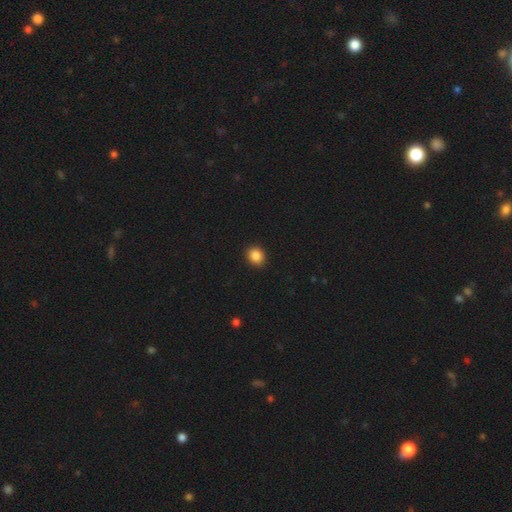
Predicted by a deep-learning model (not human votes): Smooth or featured? smooth (87%)
How rounded? round (70%)
Merging? none (91%)